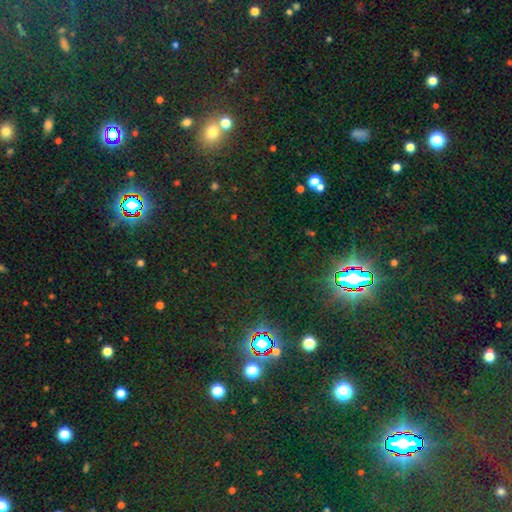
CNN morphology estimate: A star or artifact, not a galaxy (78%).